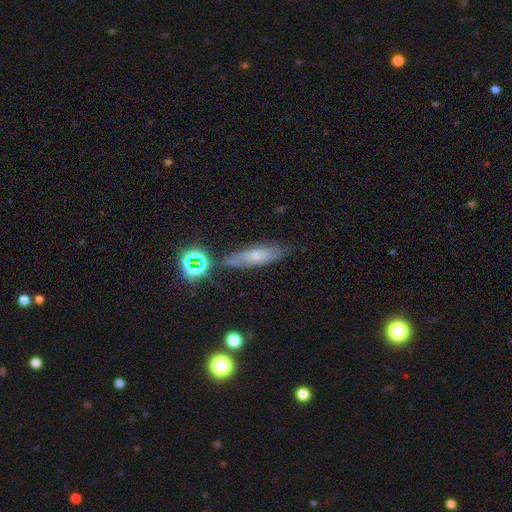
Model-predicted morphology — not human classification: smooth_or_featured: smooth (p=0.53) [alt: featured or disk p=0.31]
how_rounded: cigar-shaped (p=0.57) [alt: in between p=0.39]
merging: none (p=0.69) [alt: minor disturbance p=0.19]